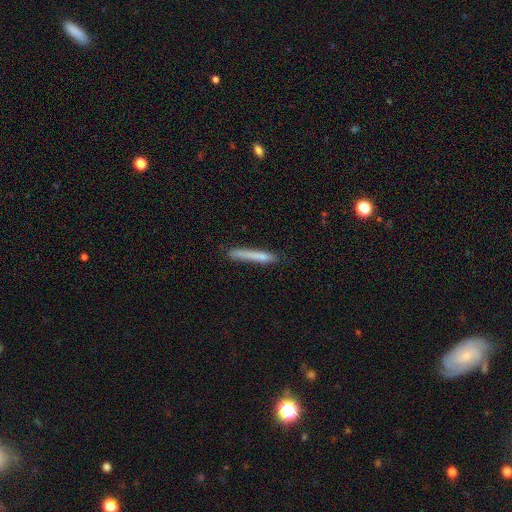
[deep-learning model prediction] Smooth or featured? Predicted: smooth (p=0.73). How rounded? Predicted: cigar-shaped (p=0.96). Merging? Predicted: none (p=0.77).